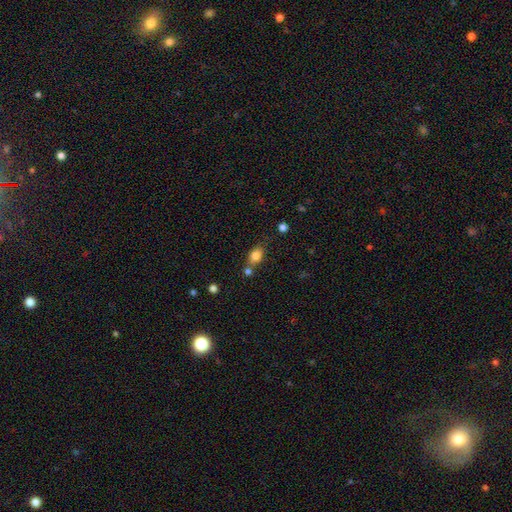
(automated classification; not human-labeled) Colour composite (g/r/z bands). It shows a smooth galaxy with no disk features (82%) that is in between round and cigar-shaped (75%). Merging: none (61%).